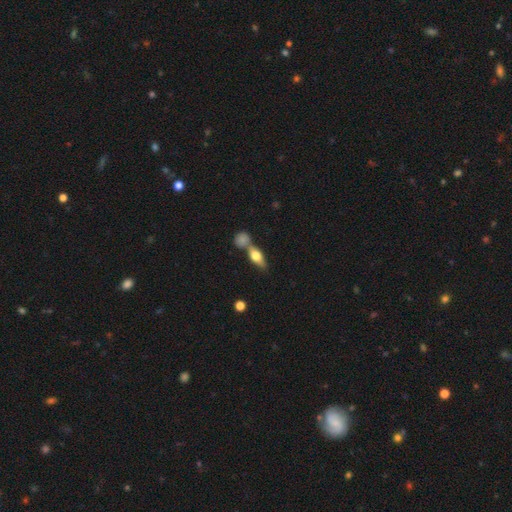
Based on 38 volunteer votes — Smooth or featured? 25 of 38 (66%) said smooth. How rounded? 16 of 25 (64%) said in between. Merging? 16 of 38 (42%) said none.